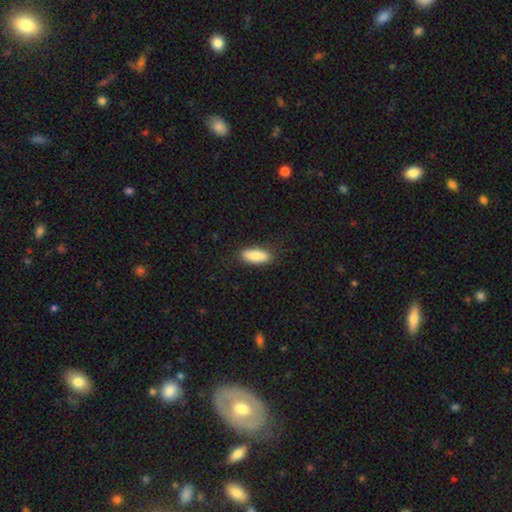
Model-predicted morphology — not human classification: Smooth or featured? smooth (86%)
How rounded? in between (77%)
Merging? none (85%)